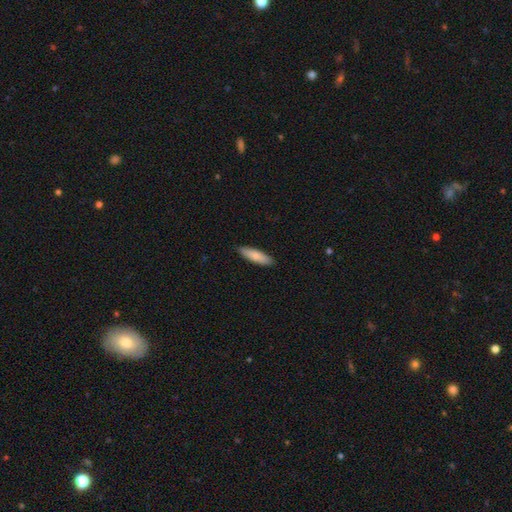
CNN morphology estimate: type=smooth (83%); roundness=cigar-shaped (63%); merging=none (89%).